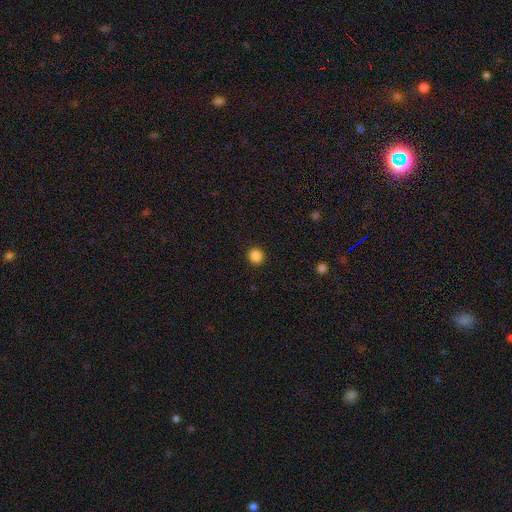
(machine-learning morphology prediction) smooth_or_featured: smooth (p=0.86) [alt: star or artifact p=0.11]
how_rounded: round (p=0.90) [alt: in between p=0.09]
merging: none (p=0.92) [alt: minor disturbance p=0.05]